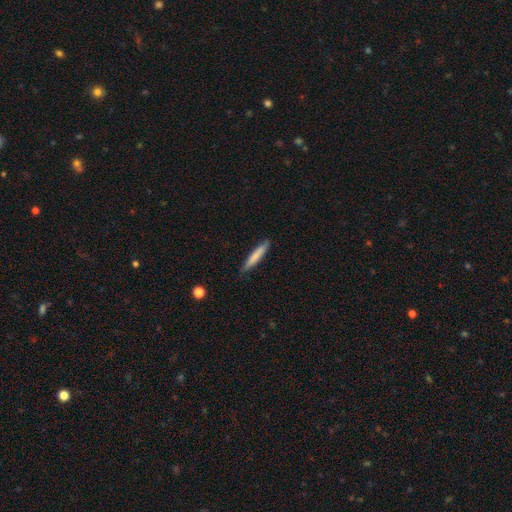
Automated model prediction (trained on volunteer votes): This is likely a smooth galaxy (74%). How rounded: clearly cigar-shaped (93%). Merging: clearly none (86%).